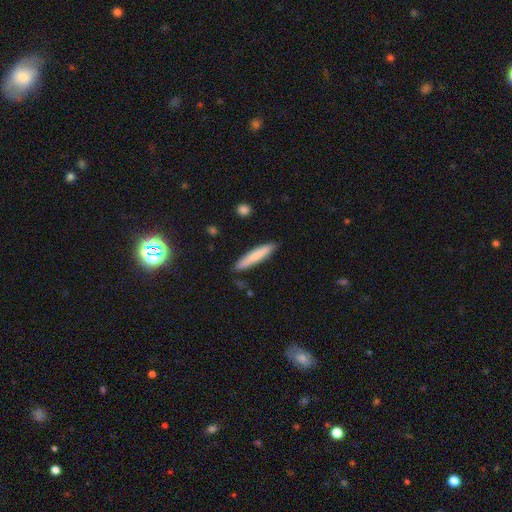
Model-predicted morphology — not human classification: Smooth or featured: smooth — 78% (featured or disk — 16%)
How rounded: cigar-shaped — 91% (in between — 8%)
Merging: none — 86% (minor disturbance — 10%)